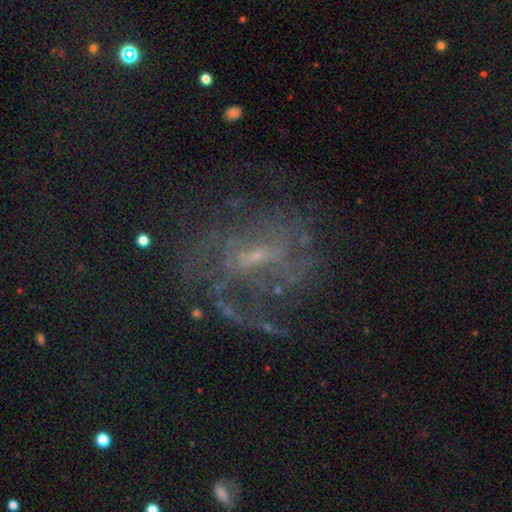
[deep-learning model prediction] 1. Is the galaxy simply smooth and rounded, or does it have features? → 78% featured or disk, 13% star or artifact, 9% smooth.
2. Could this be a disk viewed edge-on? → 97% no, 3% yes.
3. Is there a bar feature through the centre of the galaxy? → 53% weak, 29% no, 18% strong.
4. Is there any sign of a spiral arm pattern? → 78% yes, 22% no.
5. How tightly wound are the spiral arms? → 42% medium, 30% tight, 28% loose.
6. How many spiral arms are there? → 43% can't tell, 21% 2, 14% 3, 8% 4, 8% 1, 6% more than 4.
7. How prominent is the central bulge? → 68% small, 17% moderate, 13% none, 1% large, 1% dominant.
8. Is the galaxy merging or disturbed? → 54% none, 25% major disturbance, 17% minor disturbance, 3% merger.